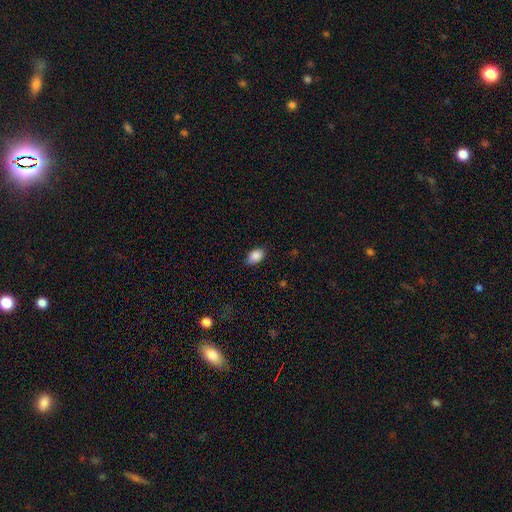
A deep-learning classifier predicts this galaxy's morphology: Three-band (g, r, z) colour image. It shows a smooth galaxy with no disk features (88%) that is in between round and cigar-shaped (85%). Merging: none (81%).